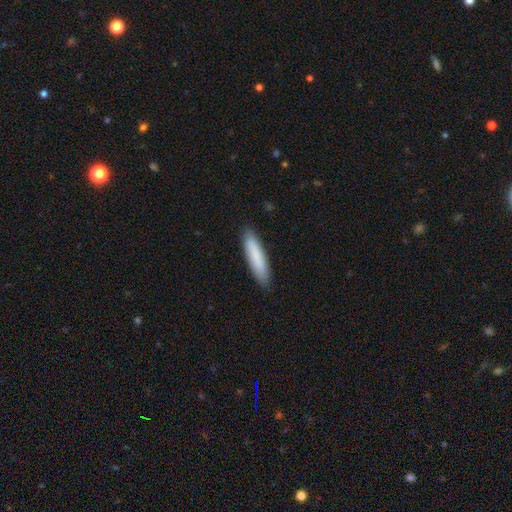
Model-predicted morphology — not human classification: Overall: smooth (83%). How rounded: cigar-shaped (79%). Merging: none (87%).